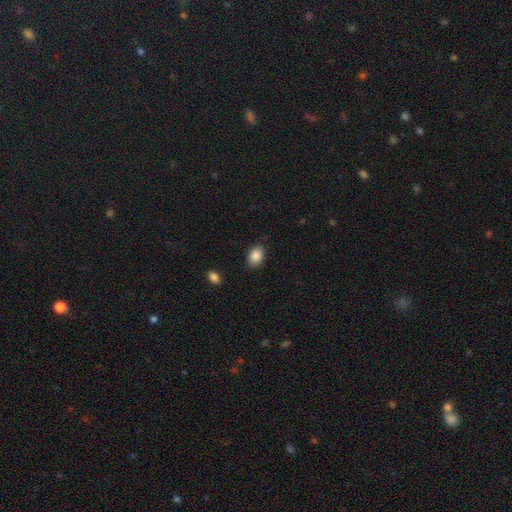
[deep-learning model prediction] smooth_or_featured: smooth (p=0.88) [alt: star or artifact p=0.08]
how_rounded: in between (p=0.83) [alt: round p=0.16]
merging: none (p=0.87) [alt: minor disturbance p=0.10]